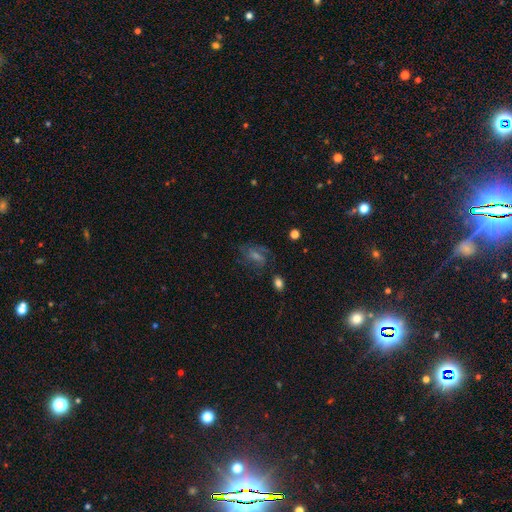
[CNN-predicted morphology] Overall: featured or disk (47%; star or artifact 28%). Merging: none (65%).